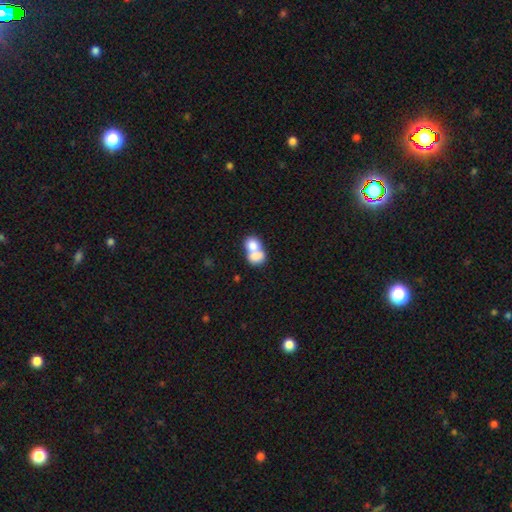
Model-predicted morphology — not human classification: type=smooth (75%); roundness=in between (51%); merging=merger (76%).